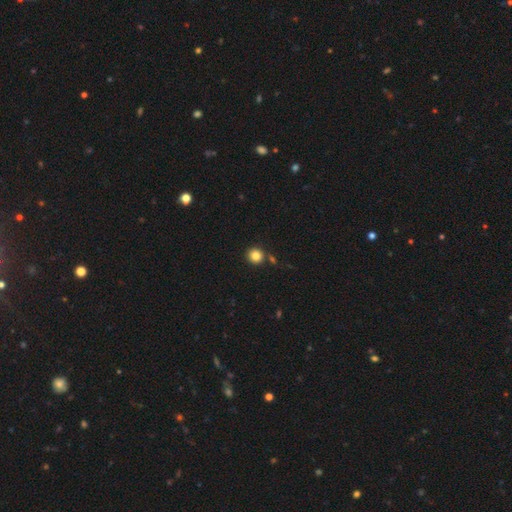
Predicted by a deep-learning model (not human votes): Q: Smooth or featured?
A: smooth (84%); runner-up: star or artifact (11%)
Q: How rounded?
A: round (93%); runner-up: in between (6%)
Q: Merging?
A: none (85%); runner-up: minor disturbance (7%)